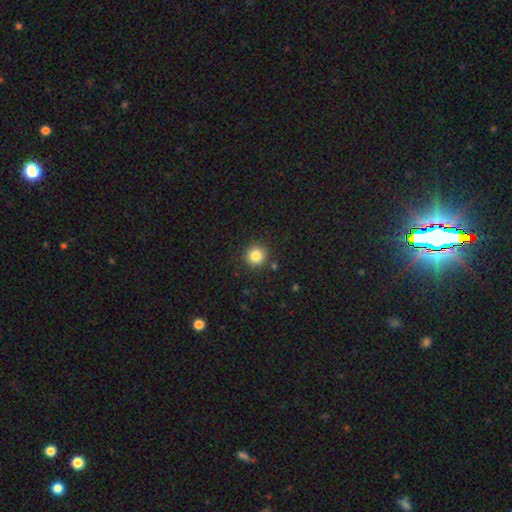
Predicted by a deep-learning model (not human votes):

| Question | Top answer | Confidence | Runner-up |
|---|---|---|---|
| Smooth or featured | smooth | 84% | star or artifact (11%) |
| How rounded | round | 93% | in between (7%) |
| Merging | none | 89% | minor disturbance (7%) |